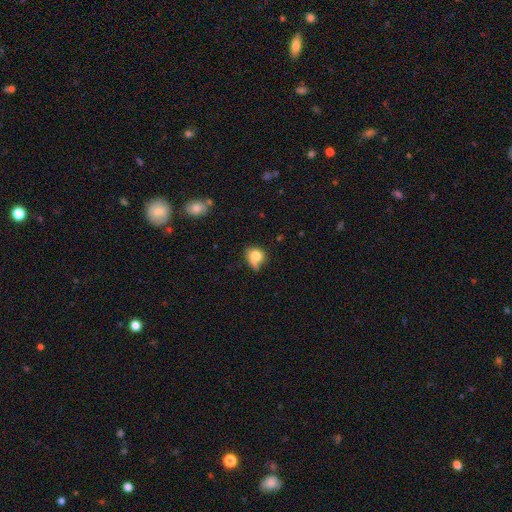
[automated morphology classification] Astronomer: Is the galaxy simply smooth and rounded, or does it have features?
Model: smooth — 75%.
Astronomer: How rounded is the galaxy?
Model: round — 60% (runner-up: in between, 39%).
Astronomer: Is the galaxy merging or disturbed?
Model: none — 38% (runner-up: minor disturbance, 31%).